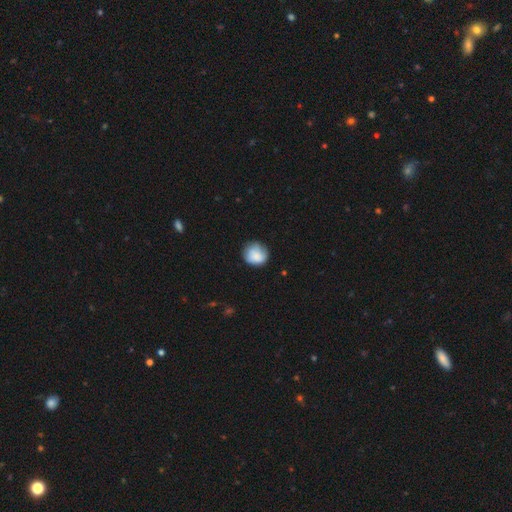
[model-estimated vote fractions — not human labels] Smooth or featured? smooth (82%)
How rounded? round (86%)
Merging? none (74%)